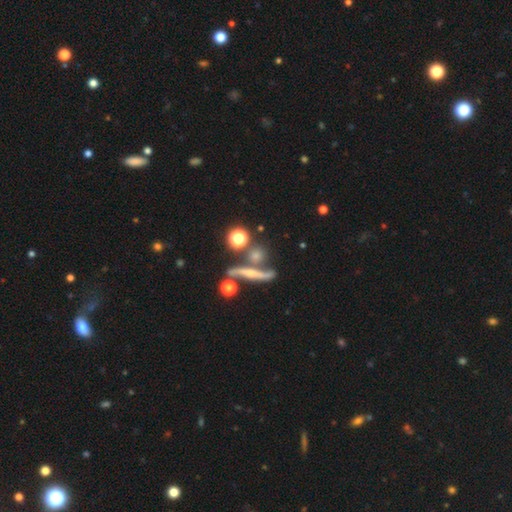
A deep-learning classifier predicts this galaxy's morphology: Overall: smooth (47%; featured or disk 38%). Merging: none (61%).